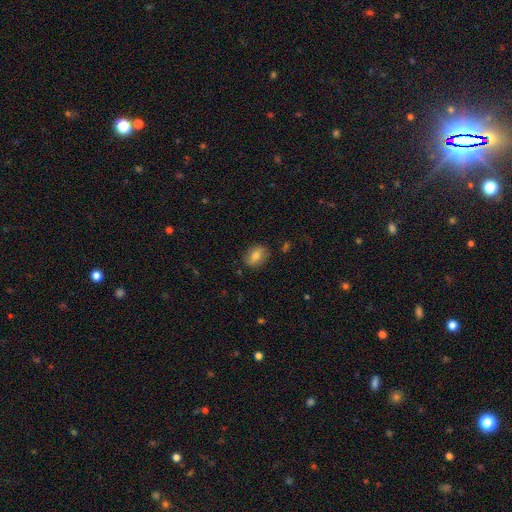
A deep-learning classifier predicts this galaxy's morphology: Smooth or featured? smooth (76%)
How rounded? in between (70%)
Merging? none (83%)